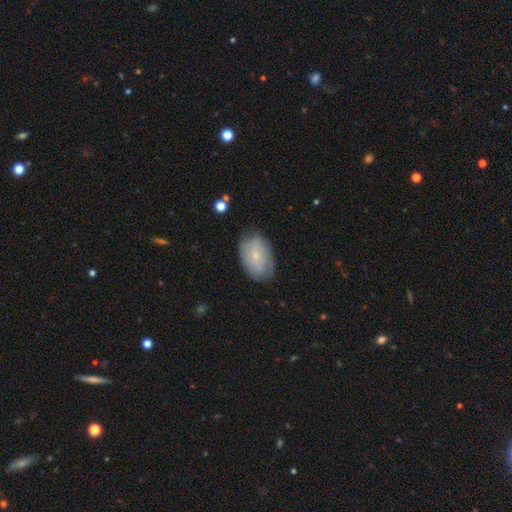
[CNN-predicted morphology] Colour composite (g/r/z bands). It shows a smooth galaxy with no disk features (57%) that is in between round and cigar-shaped (88%). Merging: none (73%).